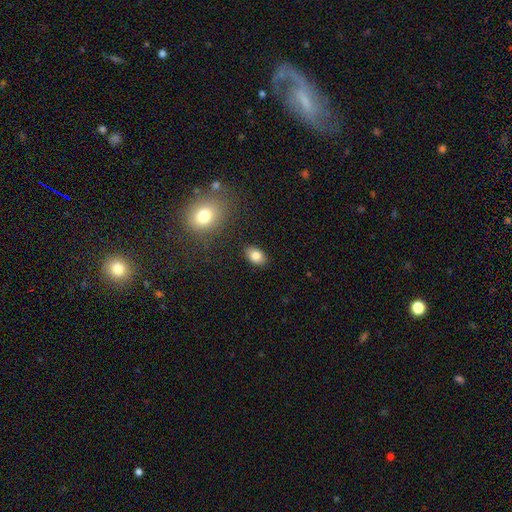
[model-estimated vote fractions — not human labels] A smooth galaxy with no disk features (83%) that is in between round and cigar-shaped (85%).

Vote fractions:
- Smooth or featured? smooth: 83% / star or artifact: 9% / featured or disk: 9%
- How rounded? in between: 85% / round: 13% / cigar-shaped: 1%
- Merging? none: 87% / minor disturbance: 9% / major disturbance: 2% / merger: 2%